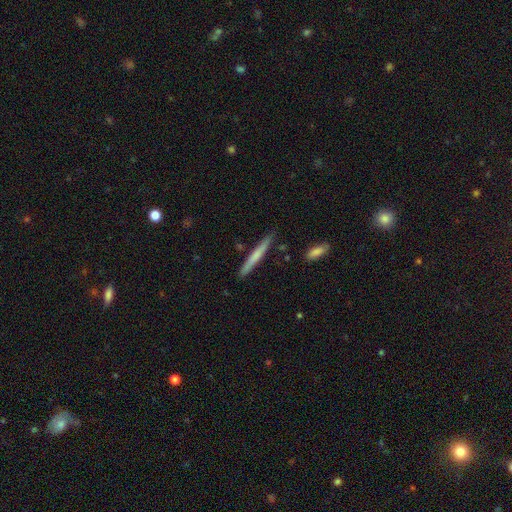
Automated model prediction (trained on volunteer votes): smooth-or-featured: smooth: 60% | featured or disk: 35% | star or artifact: 5%
  how-rounded: cigar-shaped: 96% | in between: 3% | round: 1%
  merging: none: 86% | minor disturbance: 10% | merger: 2% | major disturbance: 2%